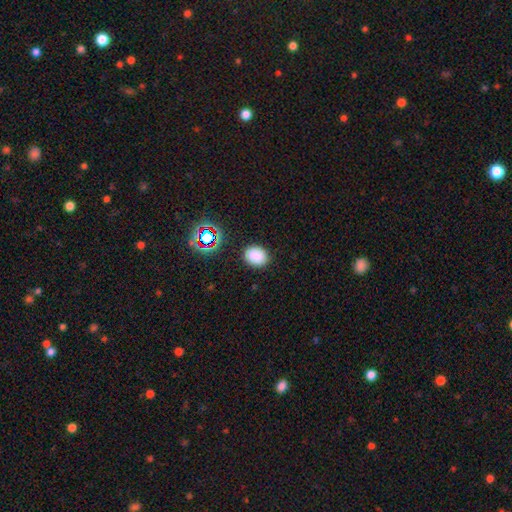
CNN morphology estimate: Overall: smooth (82%). How rounded: in between (55%; round 44%). Merging: none (87%).